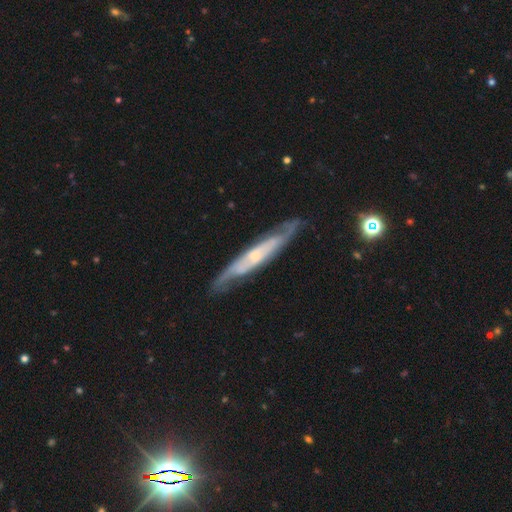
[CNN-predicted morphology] Smooth or featured?
  - featured or disk: 76% *
  - smooth: 19%
  - star or artifact: 6%
Edge-on disk?
  - yes: 59% *
  - no: 41%
Merging?
  - none: 78% *
  - minor disturbance: 16%
  - major disturbance: 4%
  - merger: 2%